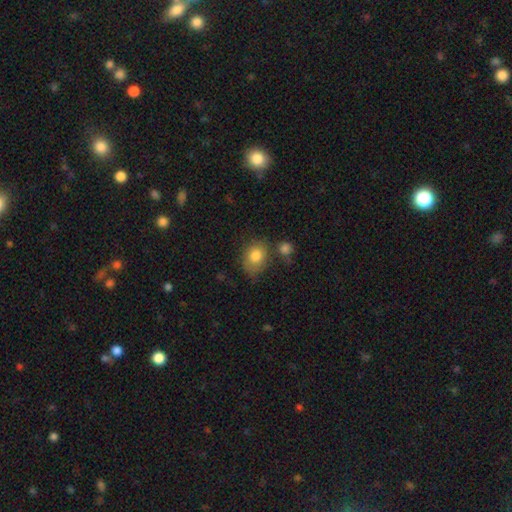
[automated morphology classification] Smooth or featured? Predicted: smooth (p=0.81). How rounded? Predicted: in between (p=0.50). Merging? Predicted: none (p=0.58).